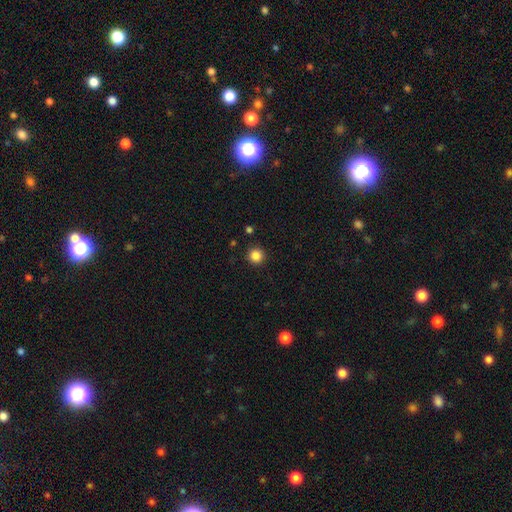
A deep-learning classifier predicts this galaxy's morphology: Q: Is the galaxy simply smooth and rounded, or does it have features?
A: smooth — 85%.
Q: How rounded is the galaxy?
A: round — 95%.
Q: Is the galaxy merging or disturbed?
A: none — 91%.